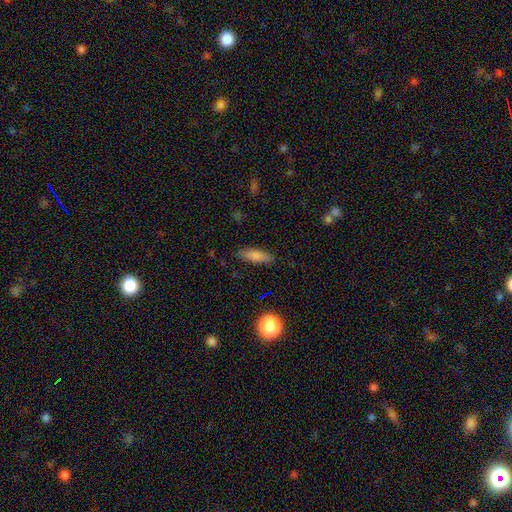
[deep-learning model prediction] Q: Smooth or featured?
A: smooth (79%); runner-up: featured or disk (11%)
Q: How rounded?
A: in between (57%); runner-up: cigar-shaped (40%)
Q: Merging?
A: none (84%); runner-up: minor disturbance (12%)